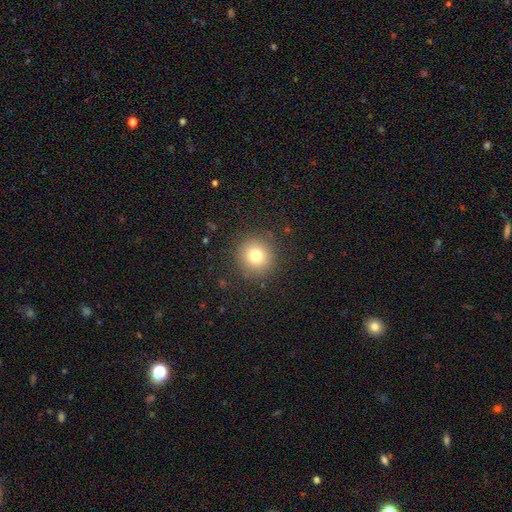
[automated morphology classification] smooth 77%, star or artifact 13%, featured or disk 10%. Down the decision tree: how rounded — round (94%); merging — none (89%).